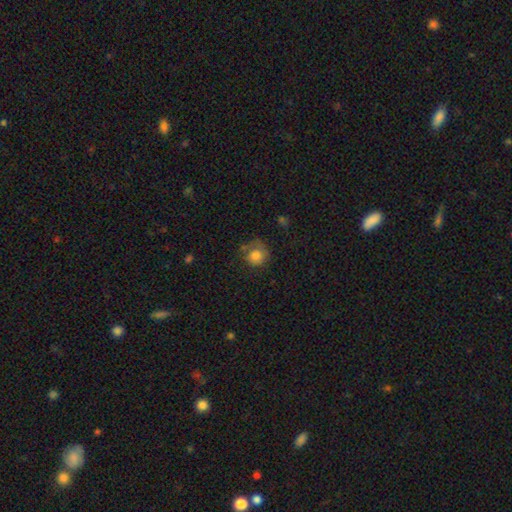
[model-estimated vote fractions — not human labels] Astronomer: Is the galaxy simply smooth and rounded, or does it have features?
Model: smooth — 78%.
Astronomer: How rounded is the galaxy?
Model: round — 82%.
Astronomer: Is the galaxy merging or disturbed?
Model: none — 53%.